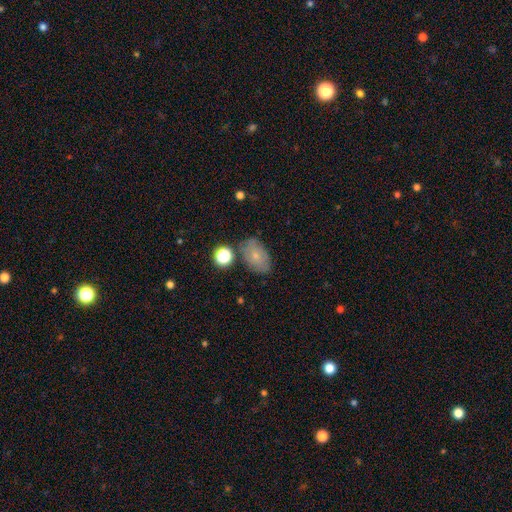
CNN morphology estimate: Smooth or featured? smooth (70%)
How rounded? in between (87%)
Merging? none (70%)